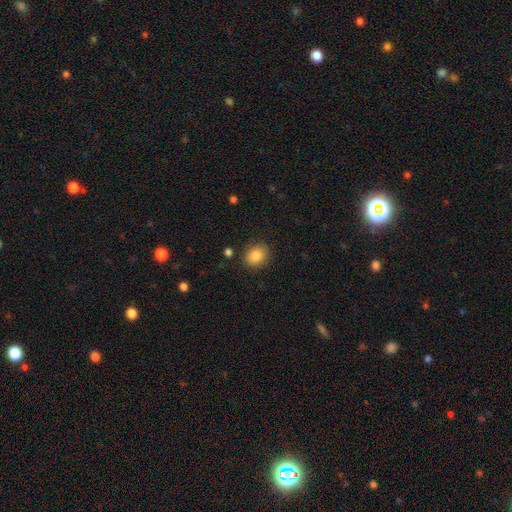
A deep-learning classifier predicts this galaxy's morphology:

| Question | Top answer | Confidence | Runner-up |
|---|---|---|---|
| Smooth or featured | smooth | 85% | star or artifact (9%) |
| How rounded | round | 56% | in between (43%) |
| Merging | none | 86% | minor disturbance (10%) |